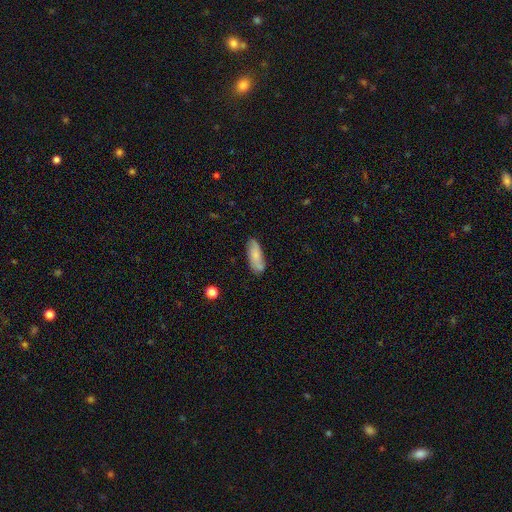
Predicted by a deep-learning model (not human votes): This is likely a smooth galaxy (67%). How rounded: likely in between (69%). Merging: likely none (70%).